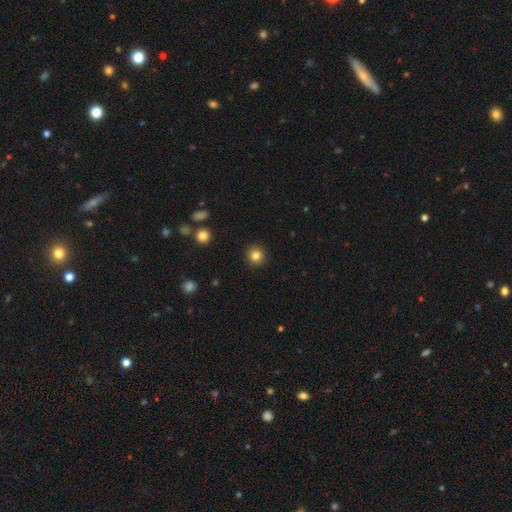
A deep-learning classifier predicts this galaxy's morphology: Smooth or featured: smooth — 83% (star or artifact — 12%)
How rounded: round — 94% (in between — 5%)
Merging: none — 92% (minor disturbance — 5%)